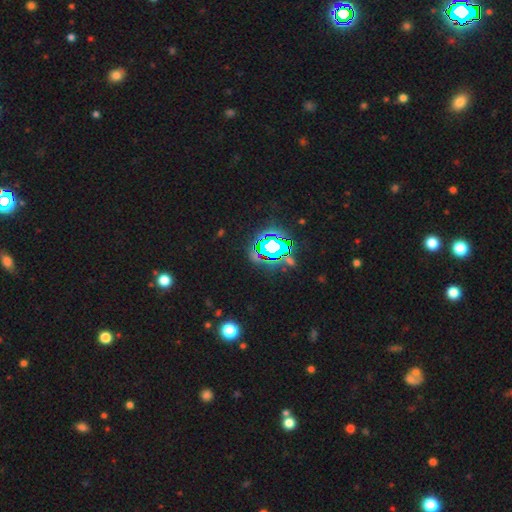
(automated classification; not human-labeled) Smooth or featured? Predicted: star or artifact (p=0.74).